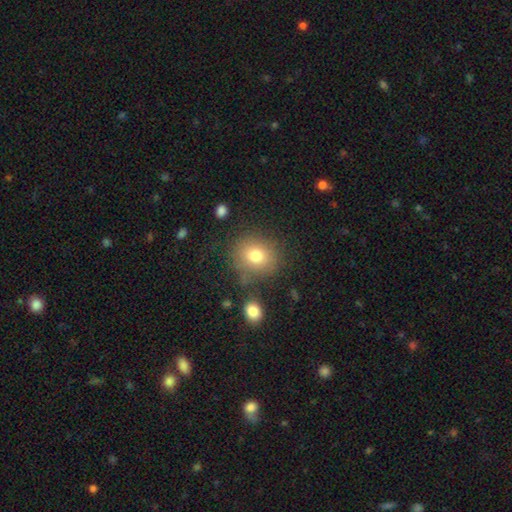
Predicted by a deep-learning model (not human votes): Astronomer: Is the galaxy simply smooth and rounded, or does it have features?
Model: smooth — 76%.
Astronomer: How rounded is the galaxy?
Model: round — 78%.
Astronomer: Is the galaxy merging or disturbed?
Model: none — 75%.